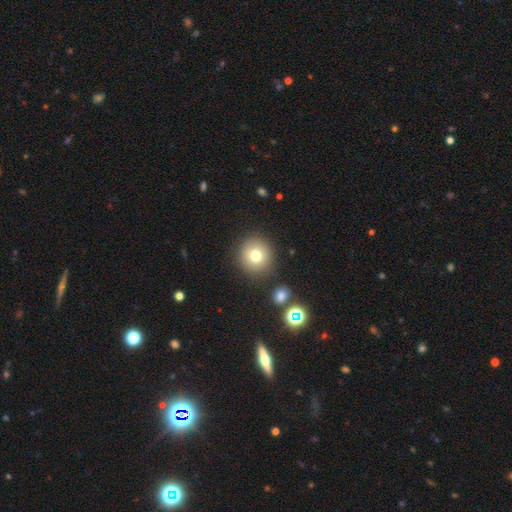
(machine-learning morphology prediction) This is likely a smooth galaxy (76%). How rounded: clearly round (92%). Merging: clearly none (86%).